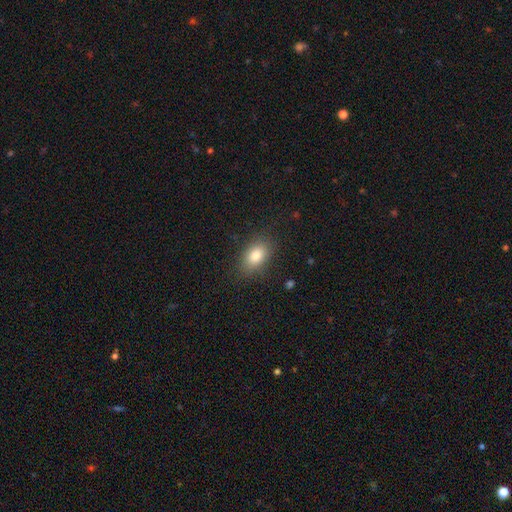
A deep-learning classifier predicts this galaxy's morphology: Smooth or featured: smooth — 81% (featured or disk — 10%)
How rounded: in between — 86% (round — 12%)
Merging: none — 85% (minor disturbance — 11%)